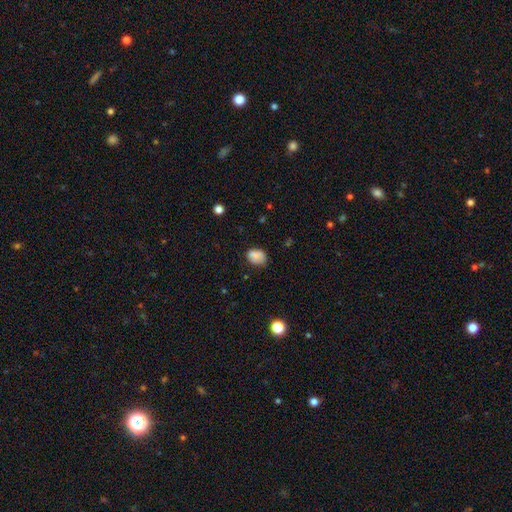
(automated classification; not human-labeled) Smooth or featured? Predicted: smooth (p=0.79). How rounded? Predicted: in between (p=0.65). Merging? Predicted: none (p=0.57).